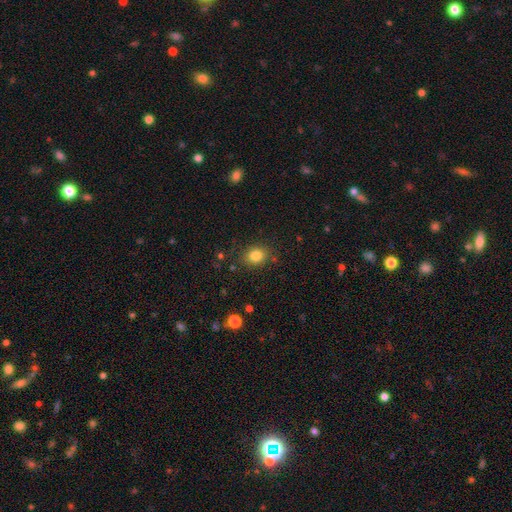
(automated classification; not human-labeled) Smooth or featured? smooth (82%)
How rounded? round (57%)
Merging? none (84%)